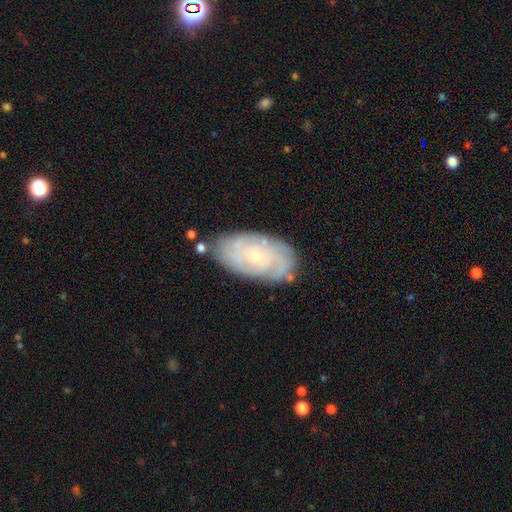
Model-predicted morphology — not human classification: A featured or disk galaxy (71%) with no bar (80%), tight (73%) spiral arms (88%) and a small central bulge (80%).

Vote fractions:
- Smooth or featured? featured or disk: 71% / smooth: 22% / star or artifact: 7%
- Edge-on disk? no: 95% / yes: 5%
- Bar? no: 80% / weak: 17% / strong: 3%
- Spiral arms? yes: 88% / no: 12%
- Spiral winding? tight: 73% / medium: 21% / loose: 6%
- Spiral arm count? can't tell: 51% / 4: 15% / 3: 11% / 2: 10% / more than 4: 8% / 1: 5%
- Bulge size? small: 80% / moderate: 16% / none: 2% / large: 1% / dominant: 1%
- Merging? none: 78% / minor disturbance: 16% / major disturbance: 4% / merger: 2%